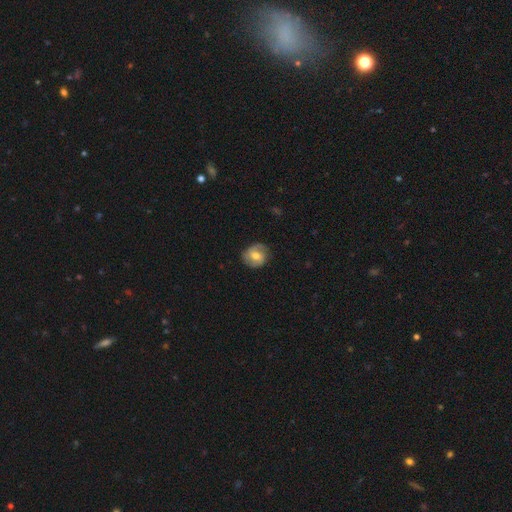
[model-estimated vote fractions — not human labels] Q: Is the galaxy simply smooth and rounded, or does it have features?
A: featured or disk — 52%.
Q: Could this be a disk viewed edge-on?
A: no — 97%.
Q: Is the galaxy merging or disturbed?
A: none — 80%.